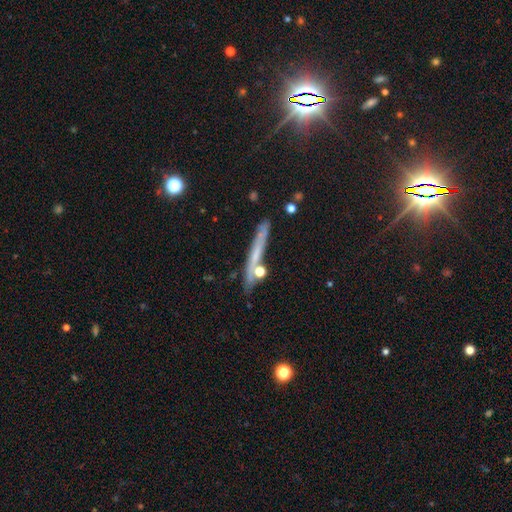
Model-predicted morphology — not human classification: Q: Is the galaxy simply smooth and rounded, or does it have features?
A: smooth — 45%.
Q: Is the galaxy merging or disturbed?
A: none — 76%.